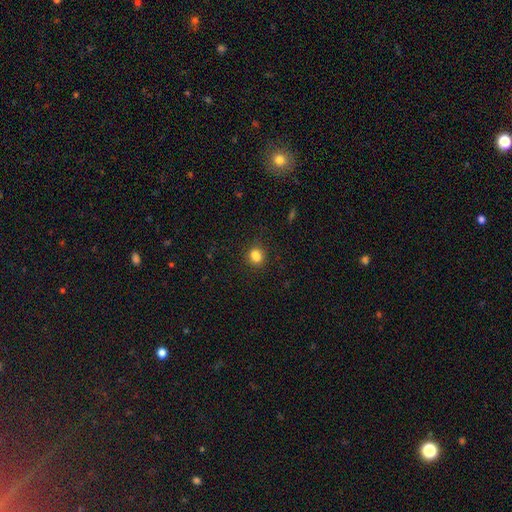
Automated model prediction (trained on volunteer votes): Smooth or featured? Predicted: smooth (p=0.82). How rounded? Predicted: round (p=0.59). Merging? Predicted: none (p=0.78).